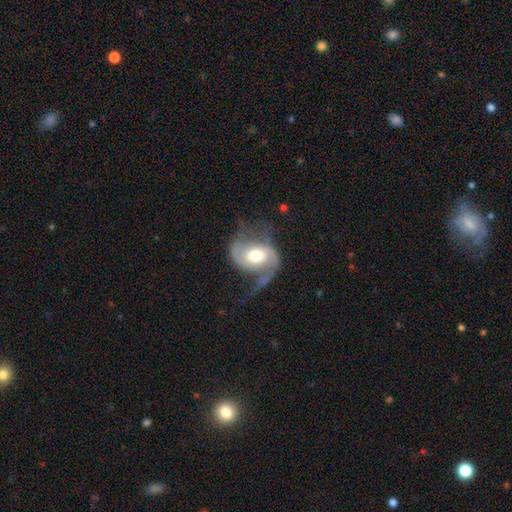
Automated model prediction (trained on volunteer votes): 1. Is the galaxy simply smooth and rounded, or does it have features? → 85% featured or disk, 11% smooth, 5% star or artifact.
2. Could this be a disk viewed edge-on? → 97% no, 3% yes.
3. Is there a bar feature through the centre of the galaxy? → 55% no, 34% weak, 10% strong.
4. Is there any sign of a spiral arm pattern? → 95% yes, 5% no.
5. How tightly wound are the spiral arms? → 44% loose, 41% medium, 14% tight.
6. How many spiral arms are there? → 83% 2, 10% 1, 3% can't tell, 2% 3, 1% 4, 1% more than 4.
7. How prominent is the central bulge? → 58% moderate, 31% large, 7% small, 3% dominant, 2% none.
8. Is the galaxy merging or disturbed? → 45% none, 30% major disturbance, 22% minor disturbance, 3% merger.